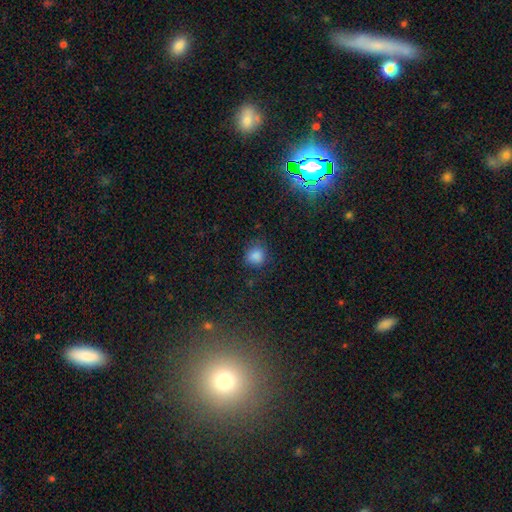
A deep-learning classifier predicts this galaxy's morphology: Smooth or featured: smooth — 83% (star or artifact — 13%)
How rounded: round — 80% (in between — 19%)
Merging: none — 75% (minor disturbance — 18%)